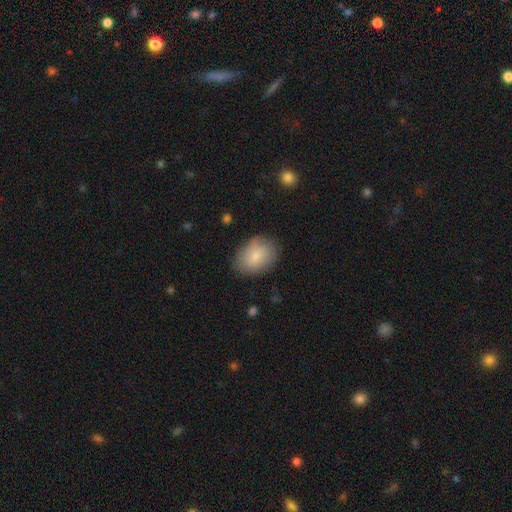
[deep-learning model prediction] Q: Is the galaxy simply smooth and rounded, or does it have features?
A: smooth — 75%.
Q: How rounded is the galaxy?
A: in between — 68%.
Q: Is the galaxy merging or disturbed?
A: none — 76%.